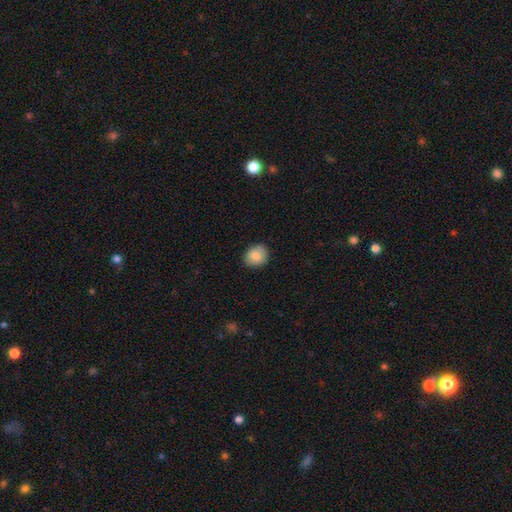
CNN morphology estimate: Overall: smooth (84%). How rounded: round (63%; in between 36%). Merging: none (85%).